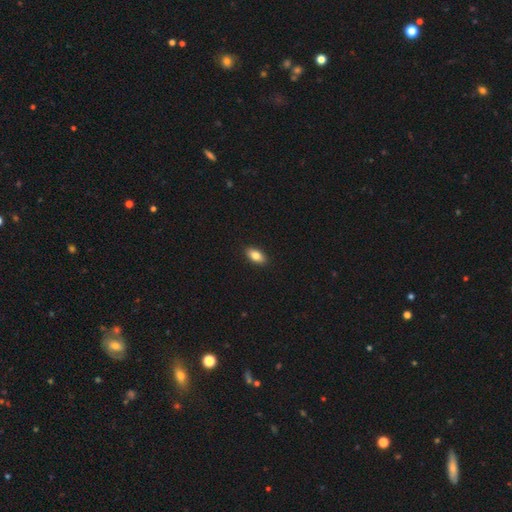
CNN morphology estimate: This appears to be a smooth galaxy with no disk features (82%) that is in between round and cigar-shaped (90%). Merging: none (90%).